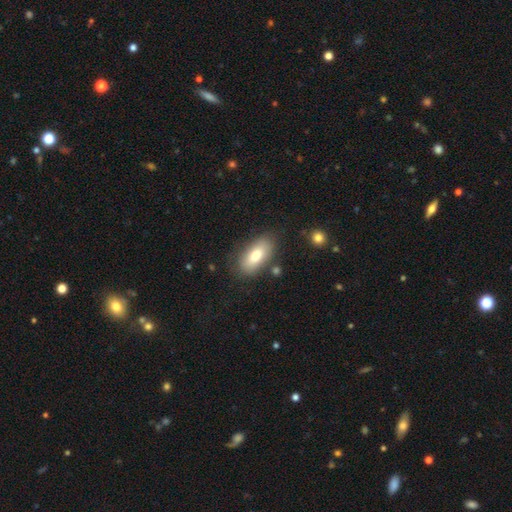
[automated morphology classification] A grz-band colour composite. It shows a smooth galaxy with no disk features (76%) that is in between round and cigar-shaped (89%). Merging: none (79%).